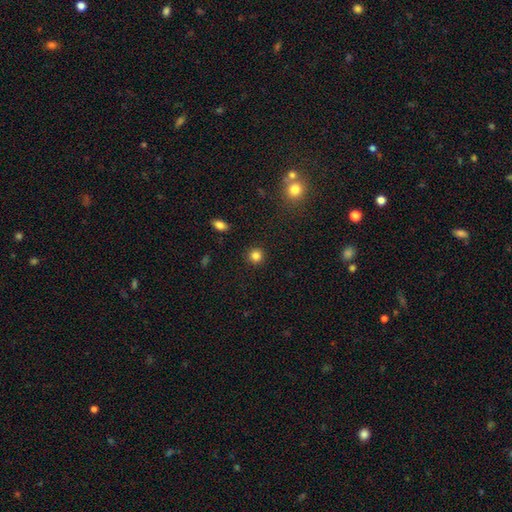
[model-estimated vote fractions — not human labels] This appears to be a smooth galaxy with no disk features (84%) that is round (93%). Merging: none (91%).